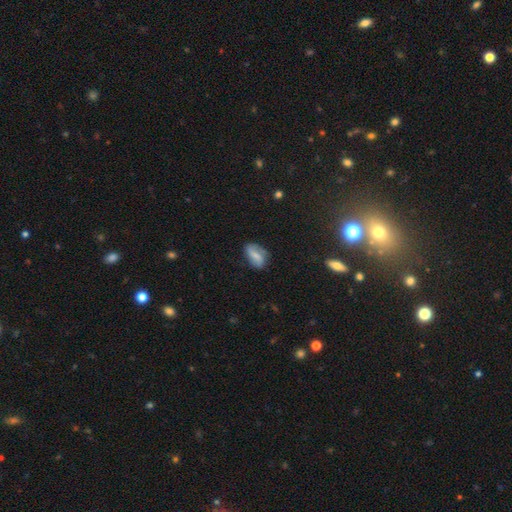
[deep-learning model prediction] A smooth galaxy with no disk features (56%) that is in between round and cigar-shaped (88%).

Vote fractions:
- Smooth or featured? smooth: 56% / featured or disk: 35% / star or artifact: 9%
- How rounded? in between: 88% / round: 6% / cigar-shaped: 6%
- Merging? none: 63% / minor disturbance: 26% / major disturbance: 8% / merger: 2%